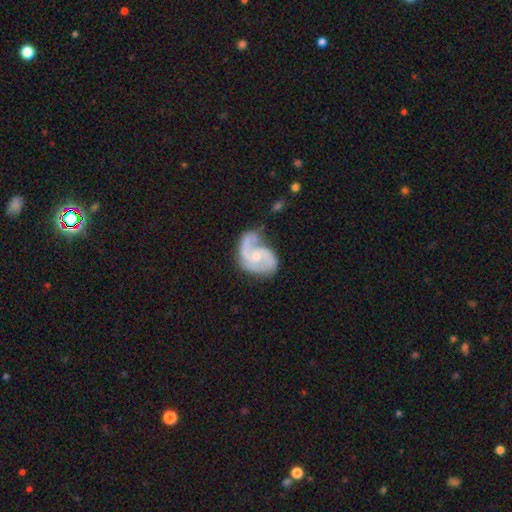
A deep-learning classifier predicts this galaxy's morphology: Smooth or featured: featured or disk — 87% (smooth — 8%)
Edge-on disk: no — 98% (yes — 2%)
Bar: no — 52% (weak — 41%)
Spiral arms: yes — 97% (no — 3%)
Spiral winding: medium — 55% (tight — 23%)
Spiral arm count: 2 — 78% (3 — 8%)
Bulge size: small — 53% (moderate — 35%)
Merging: none — 49% (minor disturbance — 28%)